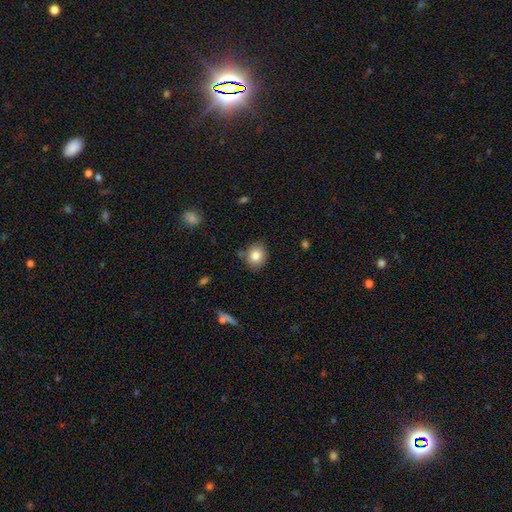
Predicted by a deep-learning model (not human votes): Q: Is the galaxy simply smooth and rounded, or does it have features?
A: smooth — 81%.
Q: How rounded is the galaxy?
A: round — 65%.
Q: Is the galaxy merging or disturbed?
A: none — 80%.